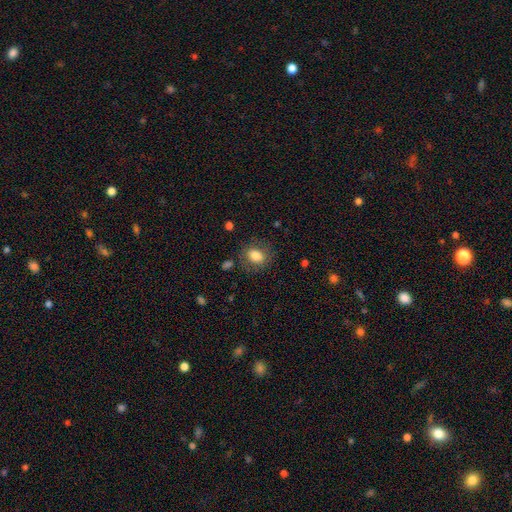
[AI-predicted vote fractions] The model was most divided on "how rounded": in between: 59%, round: 39%, cigar-shaped: 1%. More confident: smooth or featured — smooth (81%); merging — none (78%).